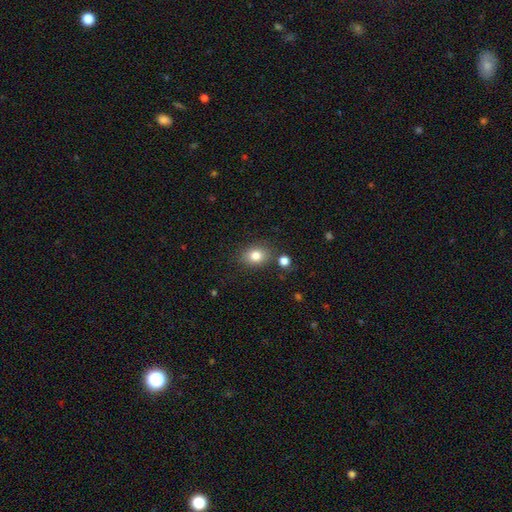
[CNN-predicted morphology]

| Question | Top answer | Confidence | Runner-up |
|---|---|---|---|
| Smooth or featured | smooth | 82% | star or artifact (10%) |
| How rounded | in between | 60% | round (39%) |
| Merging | none | 79% | minor disturbance (12%) |